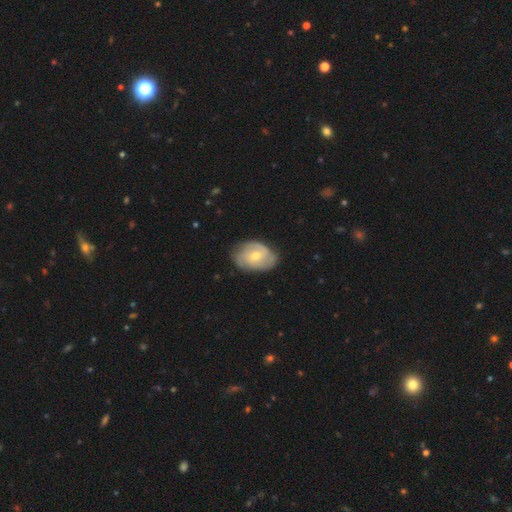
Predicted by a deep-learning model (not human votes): A featured or disk galaxy (69%) with no bar (55%), 2 (38%) tight (48%) spiral arms (85%) and a moderate central bulge (59%).

Vote fractions:
- Smooth or featured? featured or disk: 69% / smooth: 25% / star or artifact: 6%
- Edge-on disk? no: 96% / yes: 4%
- Bar? no: 55% / weak: 37% / strong: 8%
- Spiral arms? yes: 85% / no: 15%
- Spiral winding? tight: 48% / medium: 37% / loose: 14%
- Spiral arm count? 2: 38% / can't tell: 31% / 3: 19% / 4: 5% / 1: 4% / more than 4: 3%
- Bulge size? moderate: 59% / small: 38% / large: 2% / none: 1% / dominant: 1%
- Merging? none: 72% / minor disturbance: 22% / major disturbance: 5% / merger: 1%